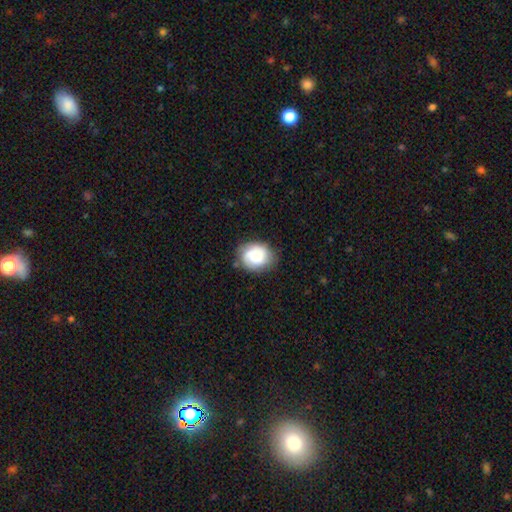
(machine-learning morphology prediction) smooth_or_featured: smooth (p=0.71) [alt: featured or disk p=0.21]
how_rounded: round (p=0.54) [alt: in between p=0.45]
merging: none (p=0.70) [alt: minor disturbance p=0.22]